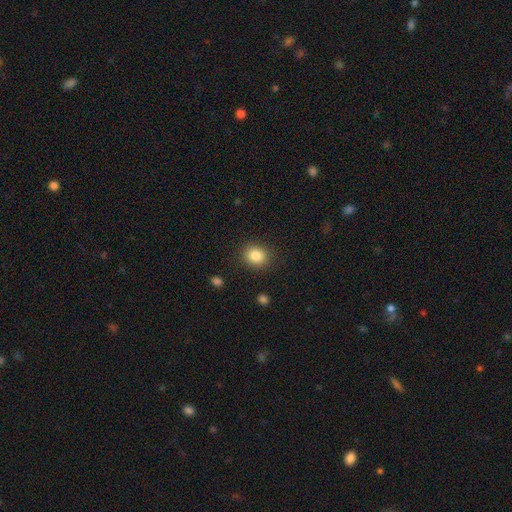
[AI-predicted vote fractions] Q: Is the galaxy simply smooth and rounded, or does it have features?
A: smooth — 85%.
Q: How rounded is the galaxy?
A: round — 68%.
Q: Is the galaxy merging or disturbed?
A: none — 87%.